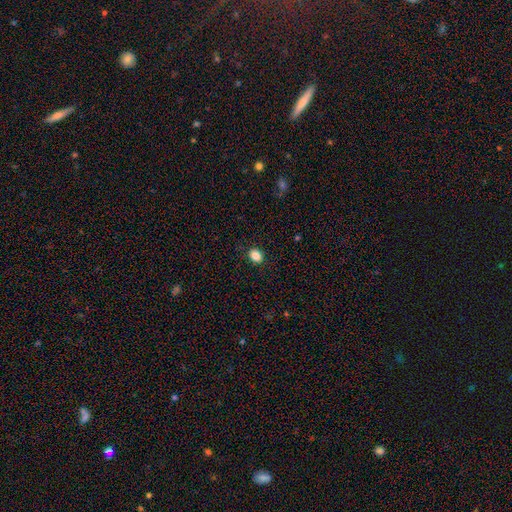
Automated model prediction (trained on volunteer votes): The model was most divided on "how rounded": in between: 61%, round: 38%, cigar-shaped: 1%. More confident: merging — none (89%); smooth or featured — smooth (86%).